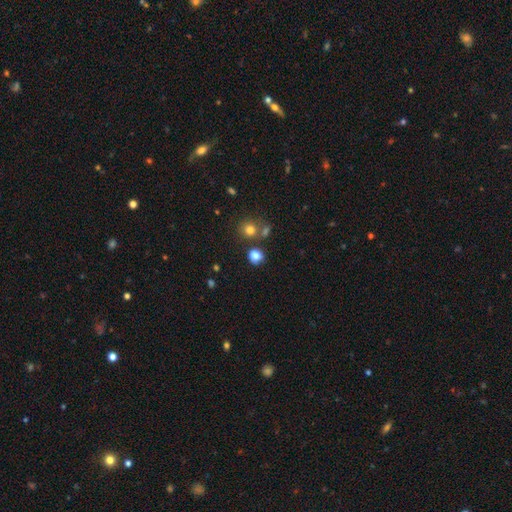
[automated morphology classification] Overall: smooth (82%). How rounded: round (78%). Merging: none (73%).